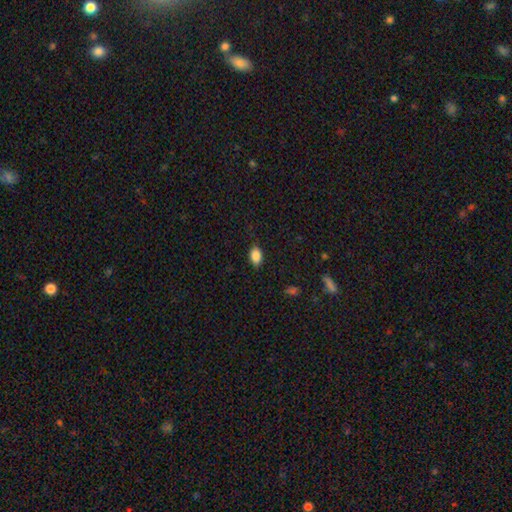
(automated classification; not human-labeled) This is clearly a smooth galaxy (87%). How rounded: clearly in between (87%). Merging: clearly none (86%).